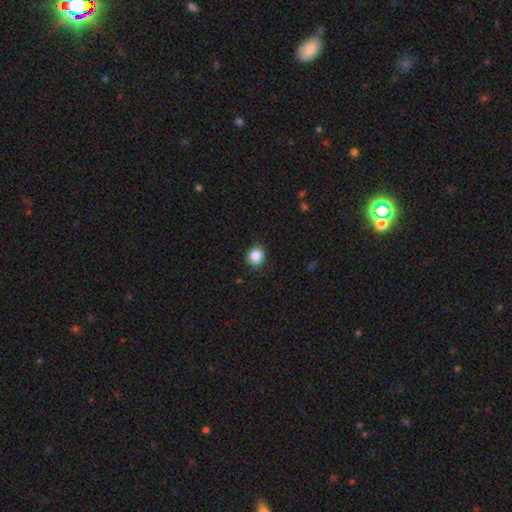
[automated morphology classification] Smooth or featured?
  - smooth: 86% *
  - star or artifact: 10%
  - featured or disk: 4%
How rounded?
  - round: 82% *
  - in between: 17%
  - cigar-shaped: 1%
Merging?
  - none: 86% *
  - minor disturbance: 11%
  - major disturbance: 2%
  - merger: 1%